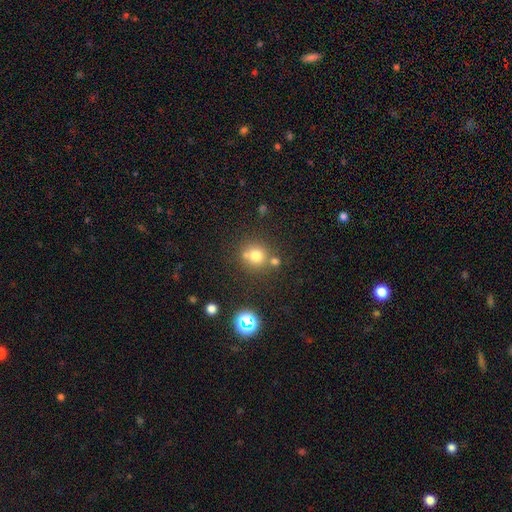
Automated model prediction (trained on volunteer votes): Smooth or featured?
  - smooth: 73% *
  - star or artifact: 16%
  - featured or disk: 11%
How rounded?
  - round: 90% *
  - in between: 9%
  - cigar-shaped: 1%
Merging?
  - none: 66% *
  - merger: 20%
  - minor disturbance: 10%
  - major disturbance: 4%